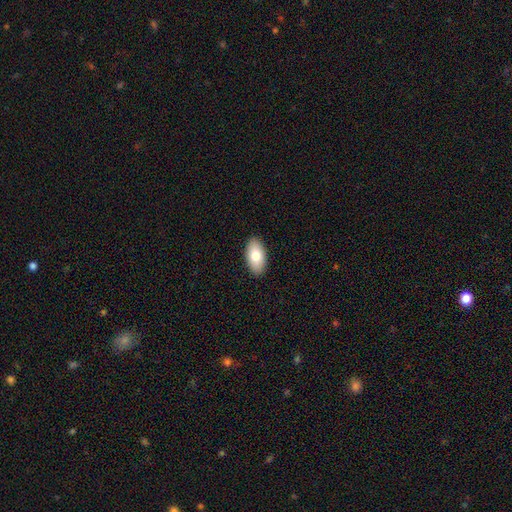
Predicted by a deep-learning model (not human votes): A smooth galaxy with no disk features (80%) that is in between round and cigar-shaped (95%). Merging: none (90%).